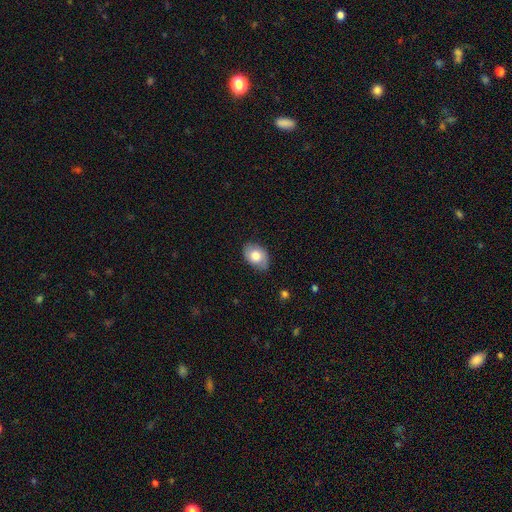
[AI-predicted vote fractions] smooth_or_featured: smooth (p=0.77) [alt: featured or disk p=0.16]
how_rounded: in between (p=0.81) [alt: round p=0.18]
merging: none (p=0.77) [alt: minor disturbance p=0.19]